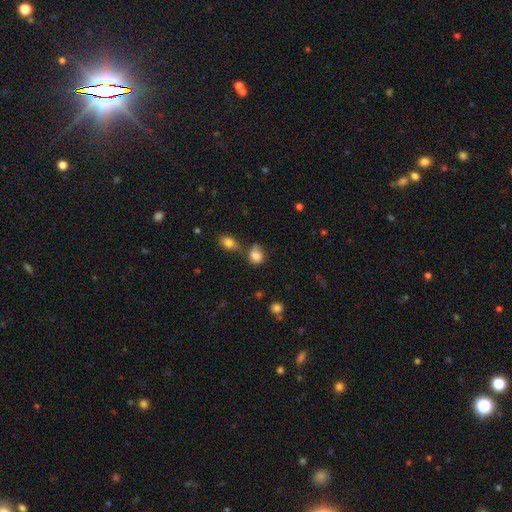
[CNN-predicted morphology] smooth 82%, star or artifact 10%, featured or disk 8%. Down the decision tree: how rounded — round (59%); merging — none (43%).